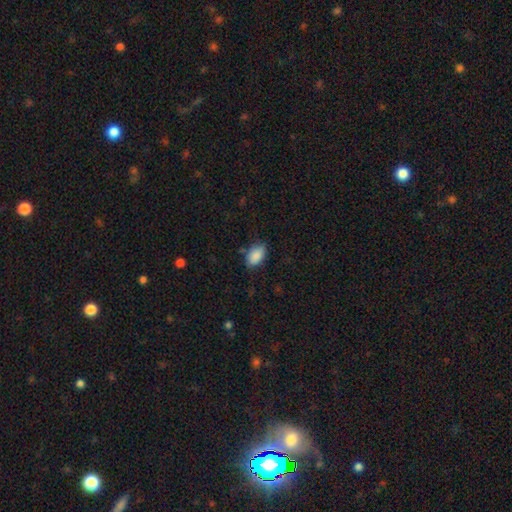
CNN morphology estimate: Q: Smooth or featured?
A: smooth (88%); runner-up: star or artifact (7%)
Q: How rounded?
A: in between (92%); runner-up: round (6%)
Q: Merging?
A: none (78%); runner-up: minor disturbance (17%)